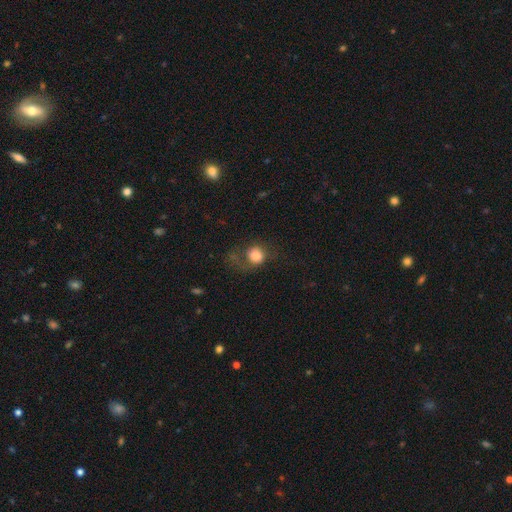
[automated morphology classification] The model was most divided on "merging": none: 38%, major disturbance: 37%, minor disturbance: 21%, merger: 4%. More confident: smooth or featured — smooth (75%); how rounded — round (74%).